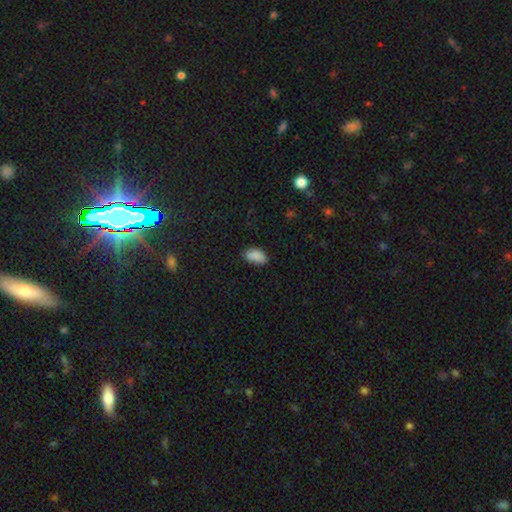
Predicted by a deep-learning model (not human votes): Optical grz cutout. It shows a smooth galaxy with no disk features (86%) that is in between round and cigar-shaped (93%). Merging: none (74%).